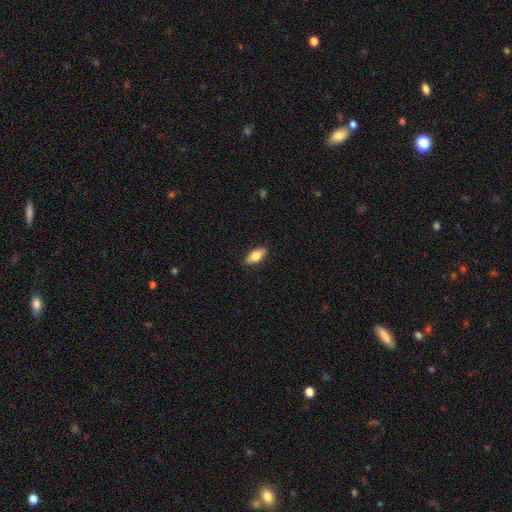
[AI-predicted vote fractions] Smooth or featured: smooth — 75% (featured or disk — 19%)
How rounded: in between — 84% (cigar-shaped — 13%)
Merging: none — 88% (minor disturbance — 9%)